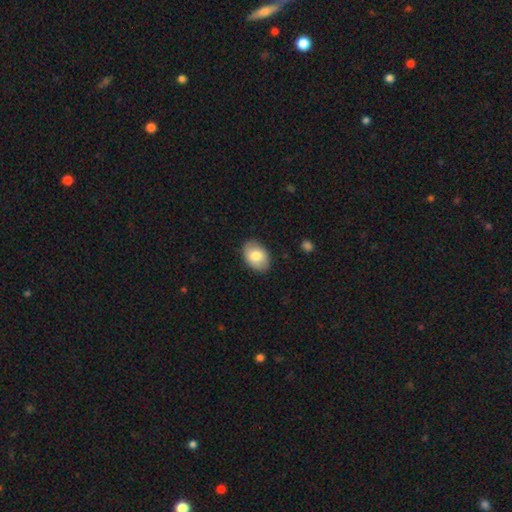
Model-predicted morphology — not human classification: Smooth or featured: smooth — 78% (featured or disk — 15%)
How rounded: in between — 82% (round — 17%)
Merging: none — 85% (minor disturbance — 11%)